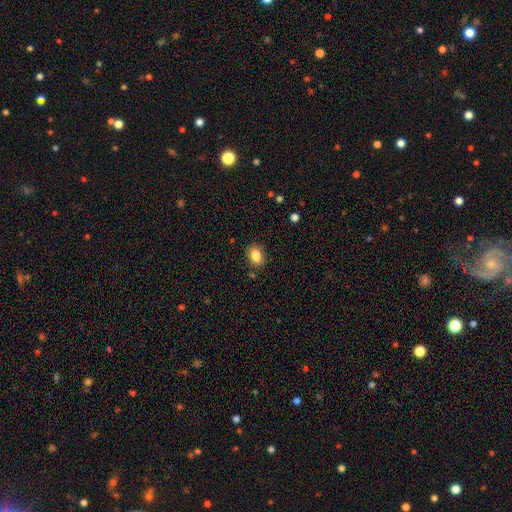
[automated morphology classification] The model was most divided on "how rounded": in between: 73%, round: 26%, cigar-shaped: 1%. More confident: smooth or featured — smooth (85%); merging — none (83%).